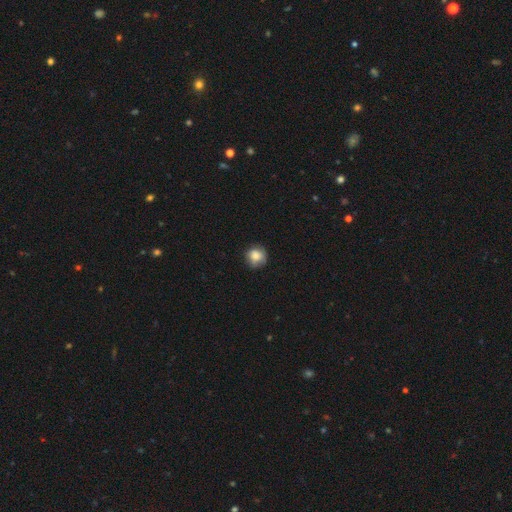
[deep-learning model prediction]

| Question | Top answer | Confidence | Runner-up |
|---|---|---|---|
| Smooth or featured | smooth | 82% | featured or disk (10%) |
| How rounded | round | 88% | in between (11%) |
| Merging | none | 73% | minor disturbance (20%) |